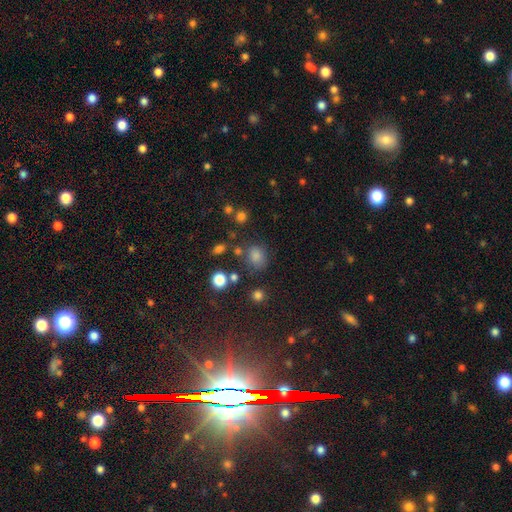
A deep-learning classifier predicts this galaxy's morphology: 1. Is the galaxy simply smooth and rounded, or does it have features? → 74% smooth, 20% star or artifact, 7% featured or disk.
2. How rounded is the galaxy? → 62% round, 36% in between, 1% cigar-shaped.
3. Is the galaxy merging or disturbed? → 71% none, 16% minor disturbance, 7% merger, 6% major disturbance.